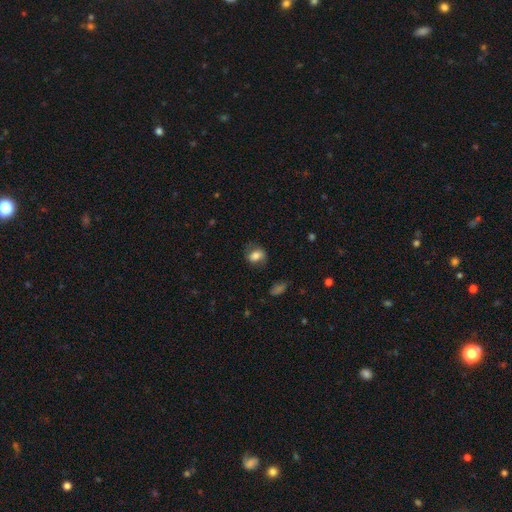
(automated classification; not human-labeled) Smooth or featured: smooth — 71% (featured or disk — 20%)
How rounded: in between — 68% (round — 30%)
Merging: none — 68% (minor disturbance — 20%)